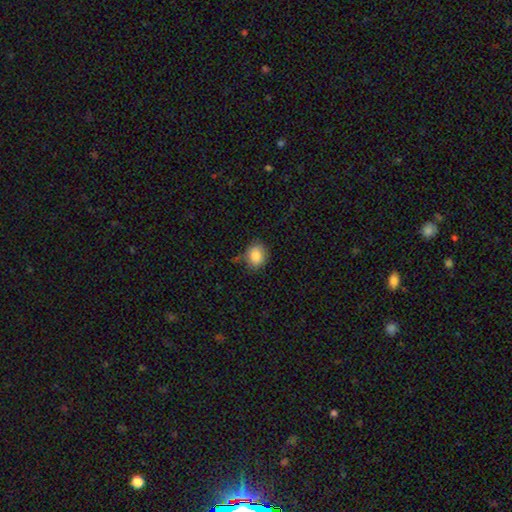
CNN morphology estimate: type=smooth (85%); roundness=round (66%); merging=none (75%).